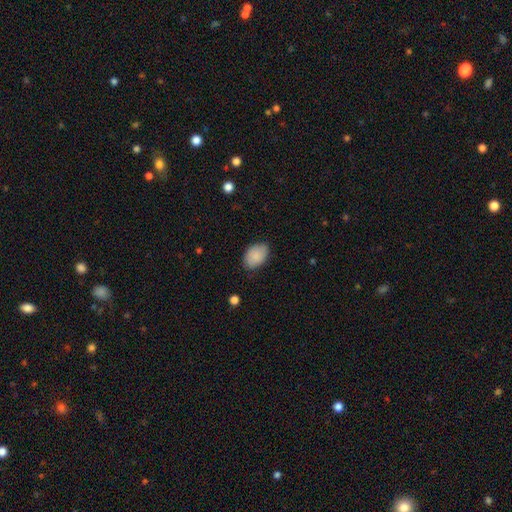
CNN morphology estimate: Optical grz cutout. It shows a smooth galaxy with no disk features (88%) that is in between round and cigar-shaped (88%). Merging: none (81%).